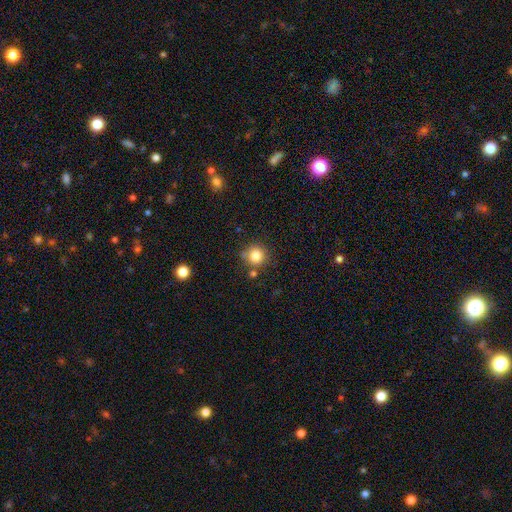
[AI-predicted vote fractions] smooth-or-featured: smooth: 82% | star or artifact: 12% | featured or disk: 6%
  how-rounded: round: 93% | in between: 7% | cigar-shaped: 1%
  merging: none: 76% | minor disturbance: 12% | merger: 9% | major disturbance: 4%